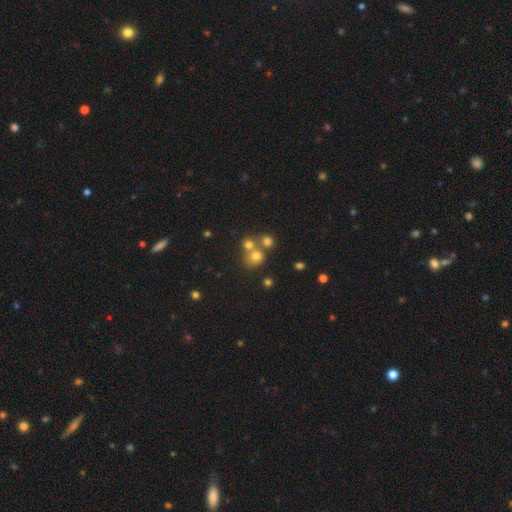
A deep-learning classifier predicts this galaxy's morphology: Smooth or featured: smooth — 68% (star or artifact — 19%)
How rounded: round — 81% (in between — 18%)
Merging: none — 48% (merger — 41%)